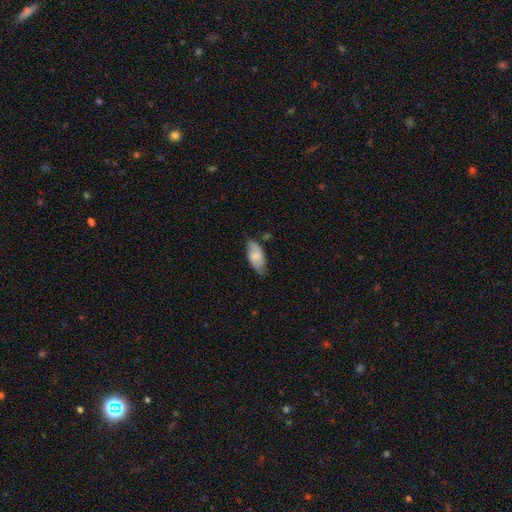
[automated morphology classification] This appears to be a smooth galaxy with no disk features (68%) that is in between round and cigar-shaped (90%). Merging: none (68%).